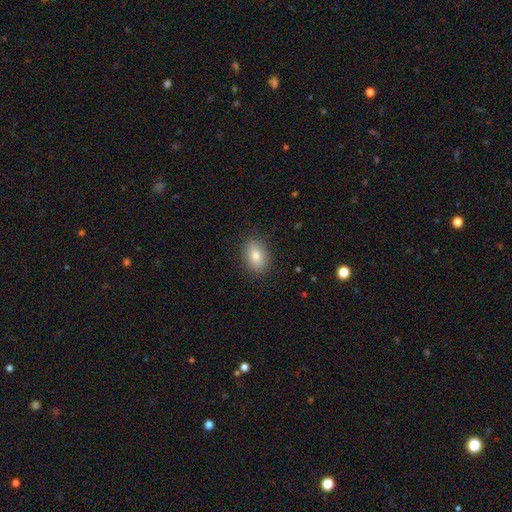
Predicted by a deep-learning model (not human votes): smooth-or-featured: smooth: 81% | featured or disk: 10% | star or artifact: 9%
  how-rounded: in between: 79% | round: 20% | cigar-shaped: 1%
  merging: none: 88% | minor disturbance: 9% | major disturbance: 2% | merger: 1%